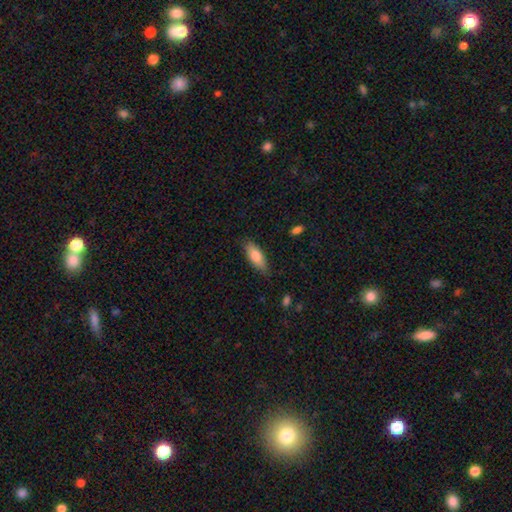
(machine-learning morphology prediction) Smooth or featured?
  - smooth: 79% *
  - featured or disk: 15%
  - star or artifact: 6%
How rounded?
  - in between: 69% *
  - cigar-shaped: 29%
  - round: 2%
Merging?
  - none: 80% *
  - minor disturbance: 16%
  - major disturbance: 3%
  - merger: 1%